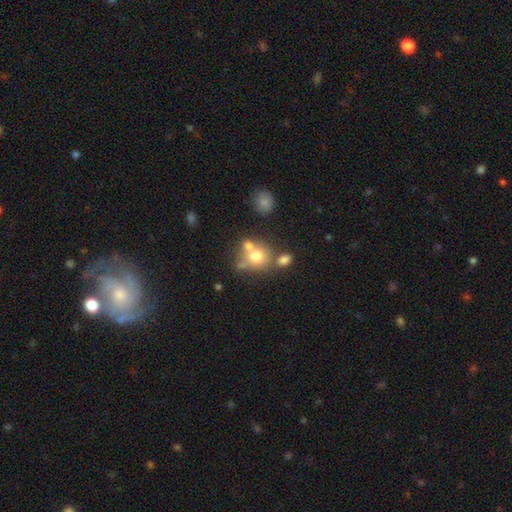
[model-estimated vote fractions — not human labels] Q: Smooth or featured?
A: smooth (69%); runner-up: featured or disk (19%)
Q: How rounded?
A: round (74%); runner-up: in between (25%)
Q: Merging?
A: merger (43%); runner-up: none (39%)